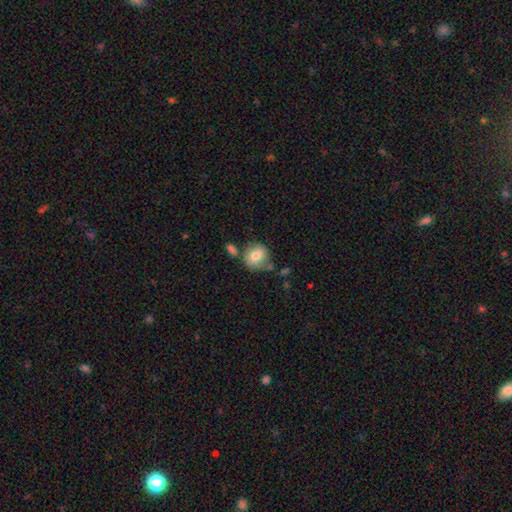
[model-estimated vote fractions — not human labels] Smooth or featured?
  - smooth: 78% *
  - featured or disk: 14%
  - star or artifact: 8%
How rounded?
  - round: 80% *
  - in between: 19%
  - cigar-shaped: 1%
Merging?
  - none: 62% *
  - minor disturbance: 18%
  - merger: 15%
  - major disturbance: 6%